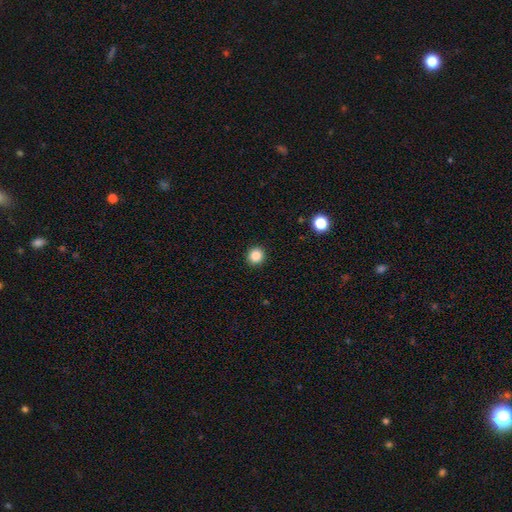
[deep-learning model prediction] Smooth or featured? smooth (86%)
How rounded? round (89%)
Merging? none (93%)